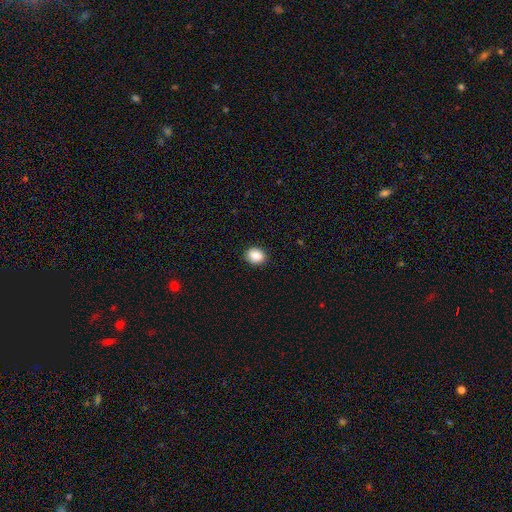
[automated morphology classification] smooth_or_featured: smooth (p=0.86) [alt: star or artifact p=0.09]
how_rounded: round (p=0.55) [alt: in between p=0.44]
merging: none (p=0.90) [alt: minor disturbance p=0.07]